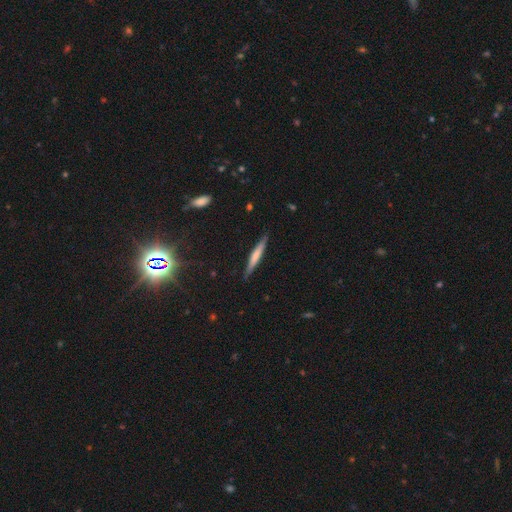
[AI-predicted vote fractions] A smooth galaxy with no disk features (55%) that is cigar-shaped (94%).

Vote fractions:
- Smooth or featured? smooth: 55% / featured or disk: 39% / star or artifact: 6%
- How rounded? cigar-shaped: 94% / in between: 4% / round: 1%
- Merging? none: 88% / minor disturbance: 9% / major disturbance: 2% / merger: 1%